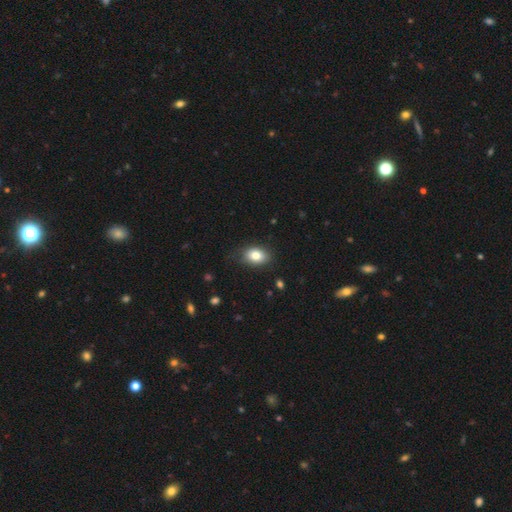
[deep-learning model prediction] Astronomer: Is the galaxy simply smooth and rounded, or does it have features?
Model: smooth — 81%.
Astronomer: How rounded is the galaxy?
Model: in between — 81%.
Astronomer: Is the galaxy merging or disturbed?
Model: none — 78%.